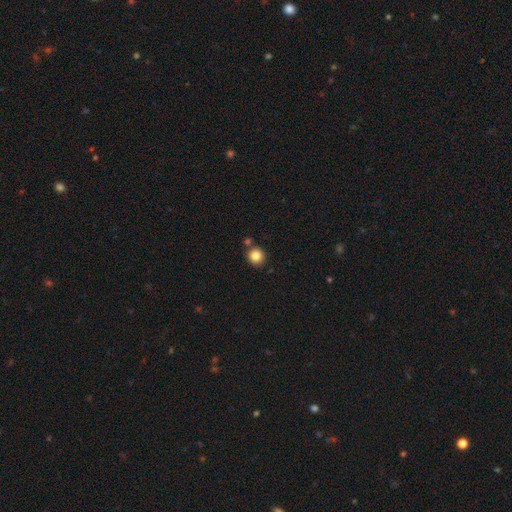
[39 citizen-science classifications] This appears to be a smooth galaxy with no disk features (87%) that is round (91%). Merging: none (77%).